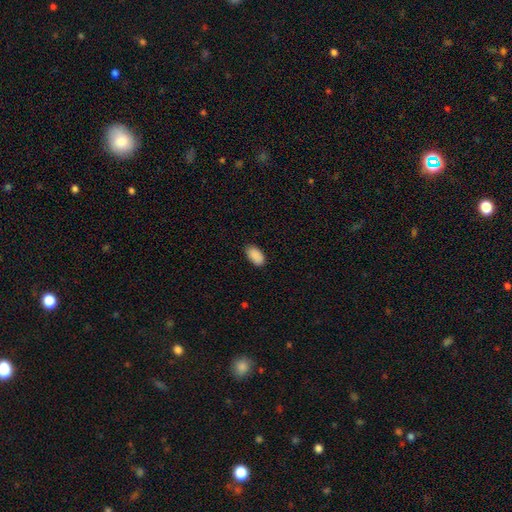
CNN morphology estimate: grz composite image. It shows a smooth galaxy with no disk features (90%) that is in between round and cigar-shaped (94%). Merging: none (84%).